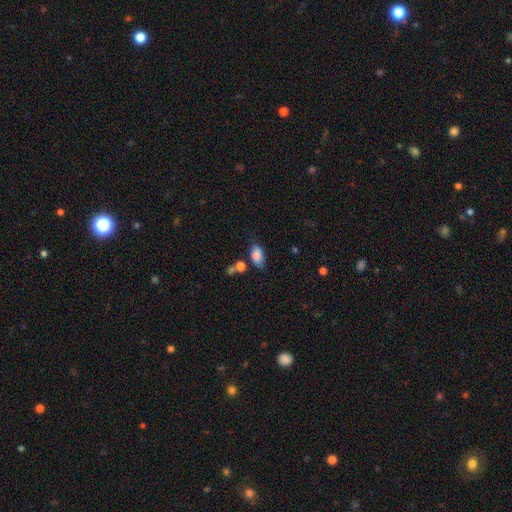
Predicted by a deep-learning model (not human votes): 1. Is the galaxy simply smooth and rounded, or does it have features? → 81% smooth, 11% featured or disk, 8% star or artifact.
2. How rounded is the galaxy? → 92% in between, 6% round, 2% cigar-shaped.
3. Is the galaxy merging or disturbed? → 68% none, 18% minor disturbance, 9% merger, 4% major disturbance.